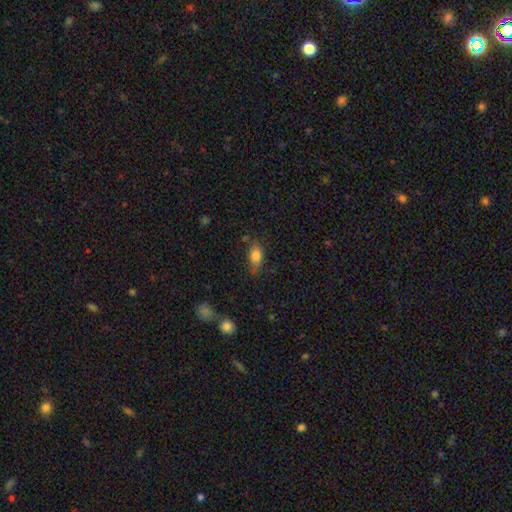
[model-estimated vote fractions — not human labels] smooth-or-featured: smooth: 82% | featured or disk: 9% | star or artifact: 9%
  how-rounded: in between: 85% | round: 9% | cigar-shaped: 6%
  merging: none: 67% | minor disturbance: 23% | major disturbance: 6% | merger: 3%